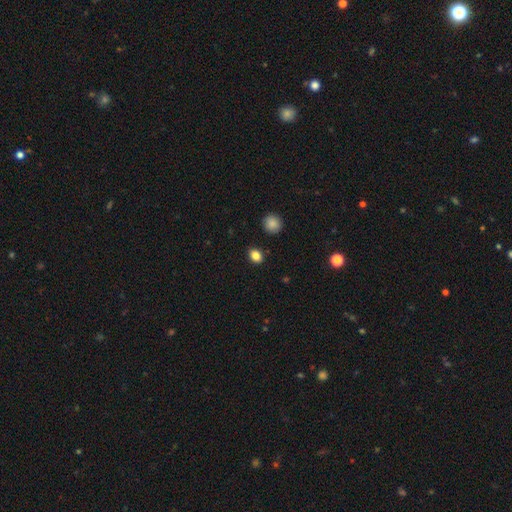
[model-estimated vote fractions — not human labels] Smooth or featured? Predicted: smooth (p=0.84). How rounded? Predicted: in between (p=0.55). Merging? Predicted: none (p=0.88).